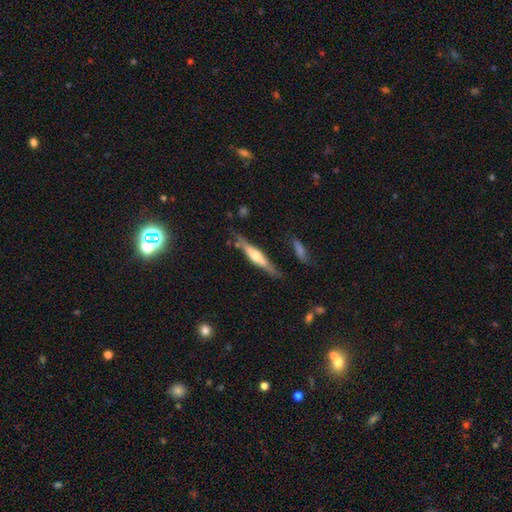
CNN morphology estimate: Smooth or featured: featured or disk — 61% (smooth — 33%)
Edge-on disk: yes — 93% (no — 7%)
Edge-on bulge: rounded — 83% (boxy — 10%)
Merging: none — 73% (minor disturbance — 18%)